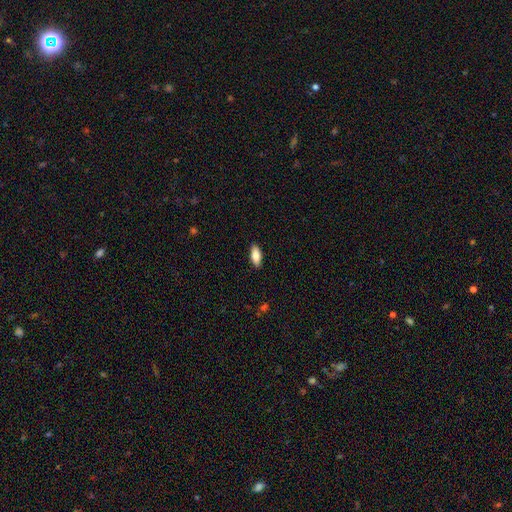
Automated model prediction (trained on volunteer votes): Smooth or featured? Predicted: smooth (p=0.83). How rounded? Predicted: in between (p=0.80). Merging? Predicted: none (p=0.89).